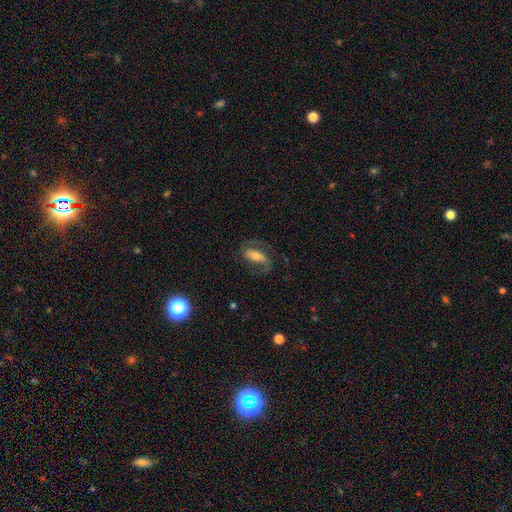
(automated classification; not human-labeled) Morphology: type=featured or disk (71%); edge-on=no (94%); bar=strong (39%); spiral arms=yes (91%); winding=medium (48%); arm count=2 (81%); bulge=moderate (45%); merging=none (64%).